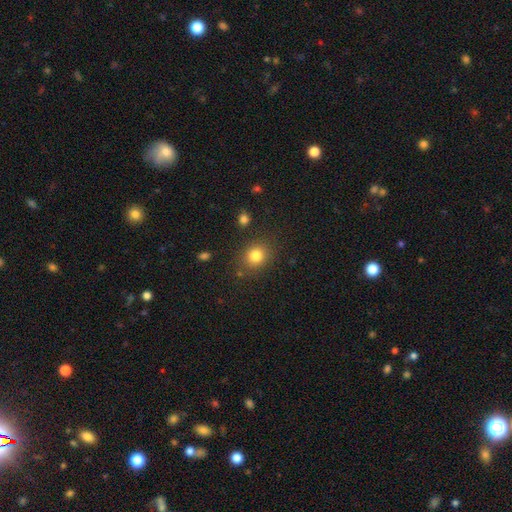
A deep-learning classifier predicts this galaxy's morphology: Smooth or featured? smooth (82%)
How rounded? round (68%)
Merging? none (82%)